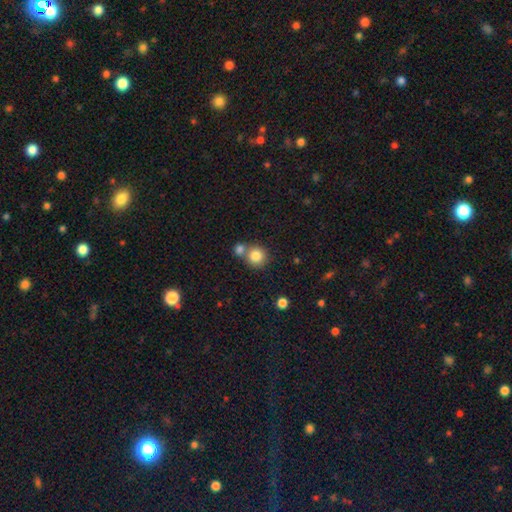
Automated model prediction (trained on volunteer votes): Q: Smooth or featured?
A: smooth (83%); runner-up: star or artifact (10%)
Q: How rounded?
A: round (90%); runner-up: in between (9%)
Q: Merging?
A: none (56%); runner-up: merger (35%)